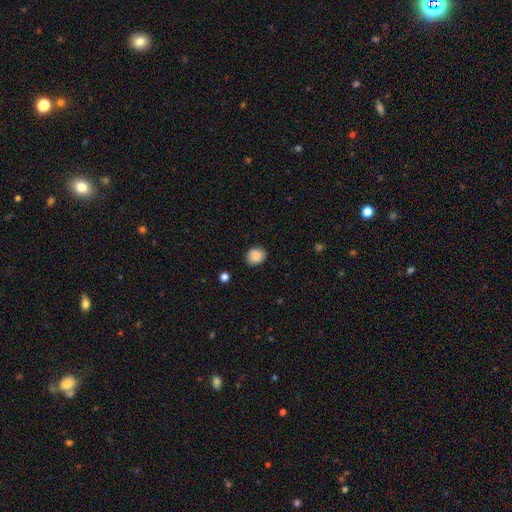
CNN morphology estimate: smooth 88%, star or artifact 8%, featured or disk 4%. Down the decision tree: how rounded — round (66%); merging — none (83%).